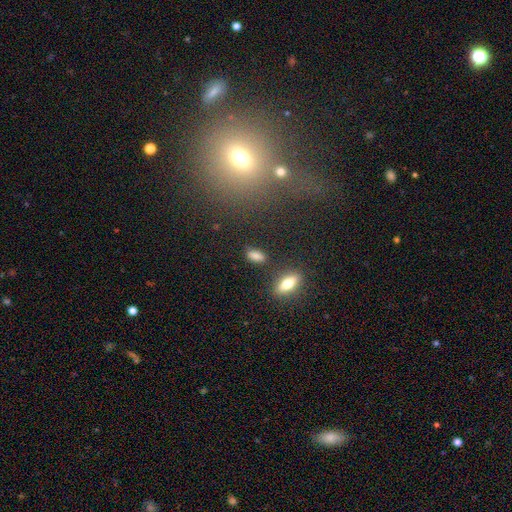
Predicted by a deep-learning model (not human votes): Overall: smooth (78%). How rounded: in between (75%). Merging: none (76%).